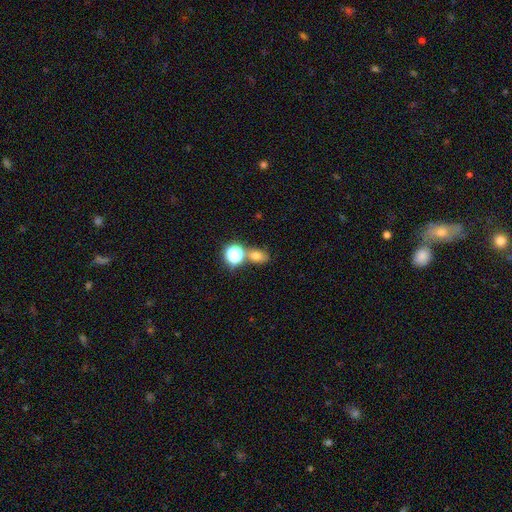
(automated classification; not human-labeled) Smooth or featured?
  - smooth: 66% *
  - star or artifact: 23%
  - featured or disk: 10%
How rounded?
  - in between: 62% *
  - round: 36%
  - cigar-shaped: 2%
Merging?
  - none: 59% *
  - merger: 25%
  - minor disturbance: 12%
  - major disturbance: 5%